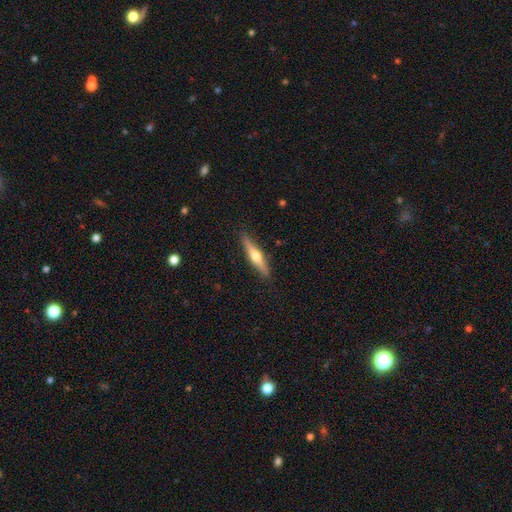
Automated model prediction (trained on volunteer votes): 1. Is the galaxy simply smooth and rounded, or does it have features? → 54% featured or disk, 41% smooth, 5% star or artifact.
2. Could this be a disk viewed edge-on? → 95% yes, 5% no.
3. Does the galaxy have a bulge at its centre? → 92% rounded, 5% none, 3% boxy.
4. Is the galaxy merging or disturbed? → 89% none, 8% minor disturbance, 2% major disturbance, 1% merger.